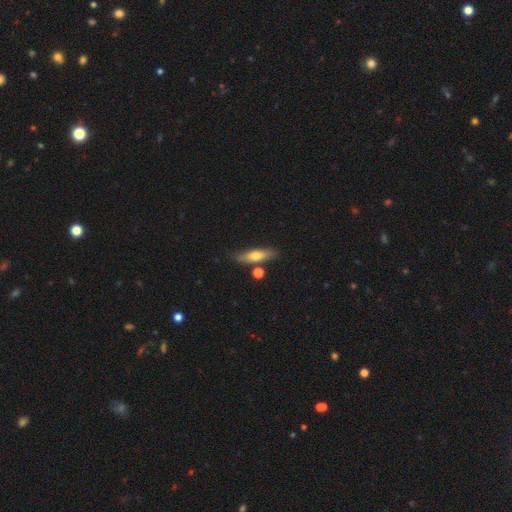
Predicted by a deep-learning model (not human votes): smooth-or-featured: smooth: 61% | featured or disk: 33% | star or artifact: 7%
  how-rounded: cigar-shaped: 65% | in between: 32% | round: 3%
  merging: none: 76% | minor disturbance: 13% | merger: 8% | major disturbance: 3%